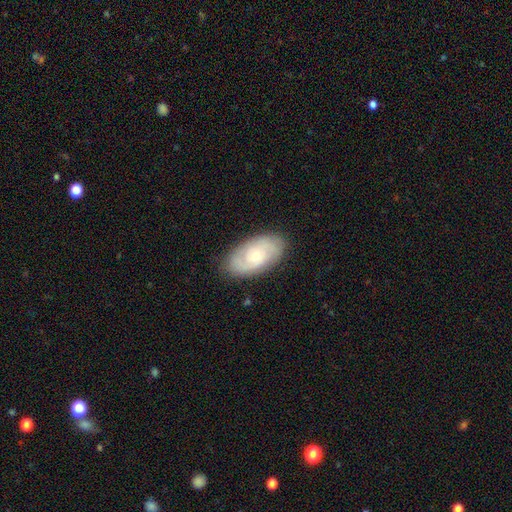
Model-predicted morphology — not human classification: smooth_or_featured: featured or disk (p=0.59) [alt: smooth p=0.35]
disk_edge_on: no (p=0.93) [alt: yes p=0.07]
bar: no (p=0.75) [alt: weak p=0.22]
has_spiral_arms: yes (p=0.81) [alt: no p=0.19]
bulge_size: small (p=0.51) [alt: moderate p=0.45]
merging: none (p=0.83) [alt: minor disturbance p=0.13]